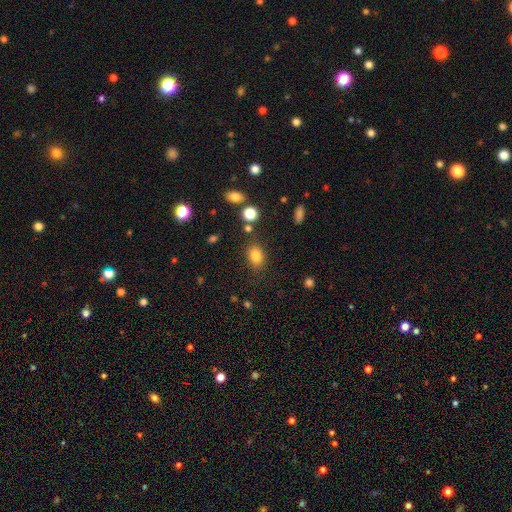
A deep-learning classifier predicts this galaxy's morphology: smooth_or_featured: smooth (p=0.82) [alt: star or artifact p=0.11]
how_rounded: in between (p=0.69) [alt: round p=0.29]
merging: none (p=0.79) [alt: minor disturbance p=0.12]